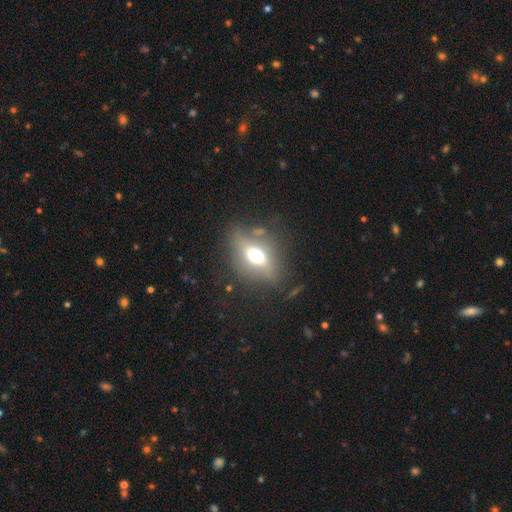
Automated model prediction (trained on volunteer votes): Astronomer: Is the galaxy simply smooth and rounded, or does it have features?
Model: smooth — 53% (runner-up: featured or disk, 34%).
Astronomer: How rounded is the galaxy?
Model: in between — 66%.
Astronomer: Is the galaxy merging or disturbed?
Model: none — 70%.